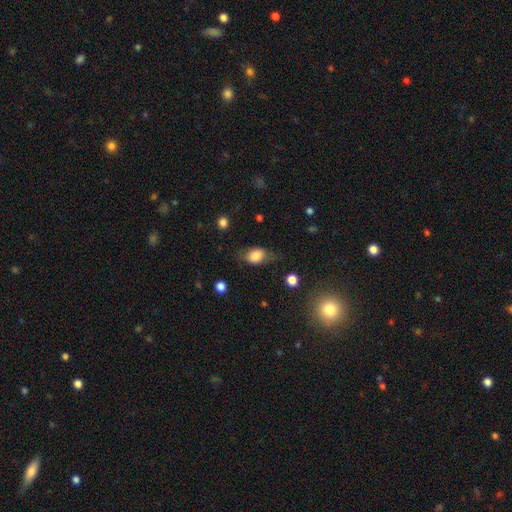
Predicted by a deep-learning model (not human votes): This appears to be a smooth galaxy with no disk features (75%) that is in between round and cigar-shaped (75%). Merging: none (58%).